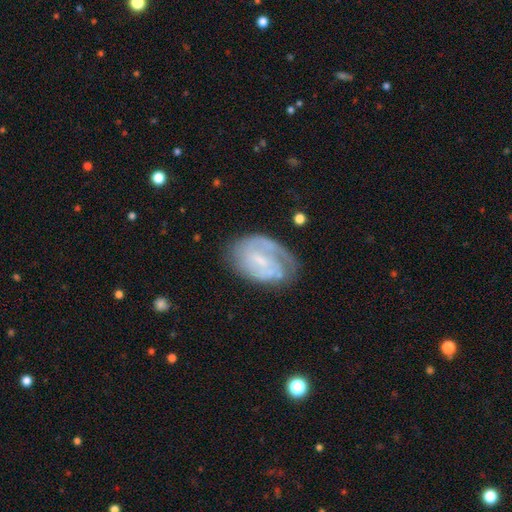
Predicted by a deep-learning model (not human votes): featured or disk 71%, smooth 20%, star or artifact 10%. Down the decision tree: edge-on disk — no (96%); bar — weak (45%); spiral arms — yes (86%); spiral arm count — 2 (43%); spiral winding — tight (54%); bulge size — small (63%); merging — none (65%).